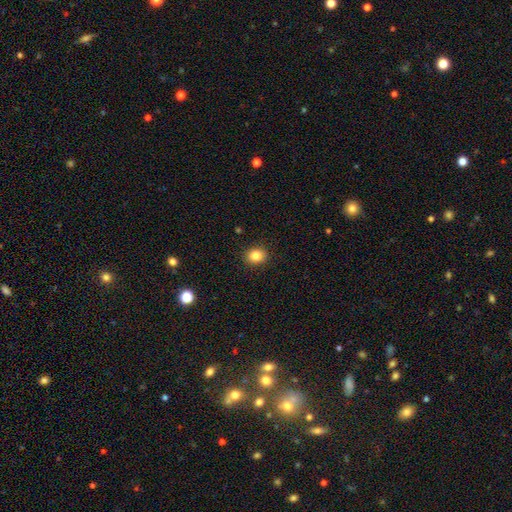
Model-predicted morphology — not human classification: A smooth galaxy with no disk features (84%) that is round (64%).

Vote fractions:
- Smooth or featured? smooth: 84% / star or artifact: 11% / featured or disk: 6%
- How rounded? round: 64% / in between: 35% / cigar-shaped: 1%
- Merging? none: 90% / minor disturbance: 7% / major disturbance: 2% / merger: 1%